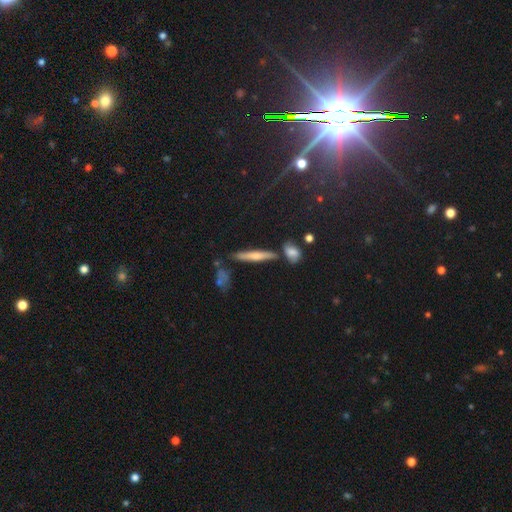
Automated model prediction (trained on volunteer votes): Morphology: type=smooth (52%); roundness=cigar-shaped (86%); merging=none (74%).